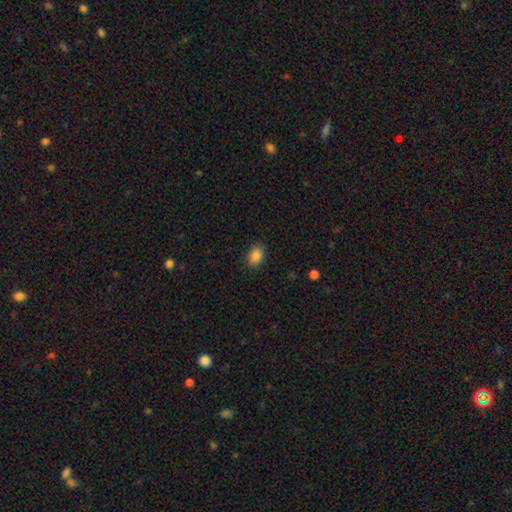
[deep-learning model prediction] A smooth galaxy with no disk features (87%) that is in between round and cigar-shaped (84%). Merging: none (88%).